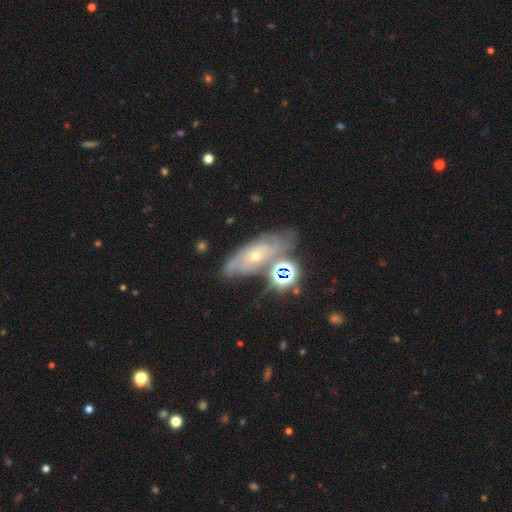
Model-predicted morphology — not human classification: smooth_or_featured: featured or disk (p=0.60) [alt: smooth p=0.21]
disk_edge_on: no (p=0.82) [alt: yes p=0.18]
merging: none (p=0.61) [alt: minor disturbance p=0.20]